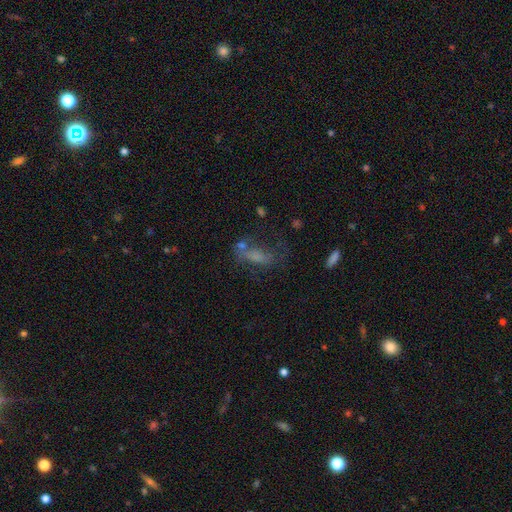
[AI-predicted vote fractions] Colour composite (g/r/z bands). It shows a smooth galaxy with no disk features (48%). Merging: none (38%).